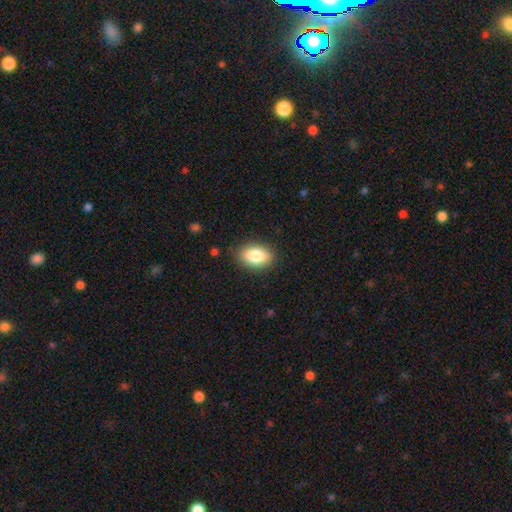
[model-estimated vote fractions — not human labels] A smooth galaxy with no disk features (83%) that is in between round and cigar-shaped (88%). Merging: none (87%).